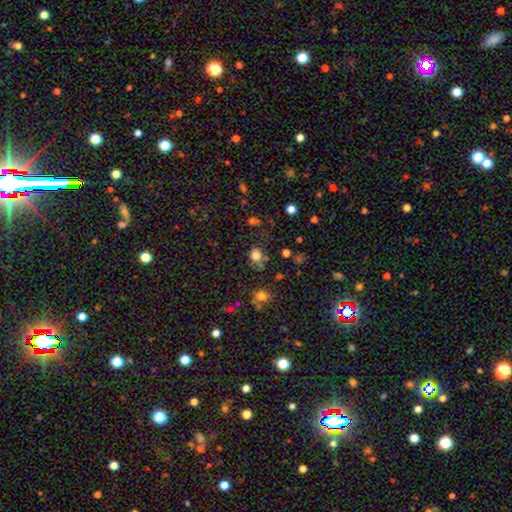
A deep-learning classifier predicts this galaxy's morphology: Smooth or featured: smooth — 78% (star or artifact — 15%)
How rounded: round — 66% (in between — 33%)
Merging: none — 63% (minor disturbance — 18%)